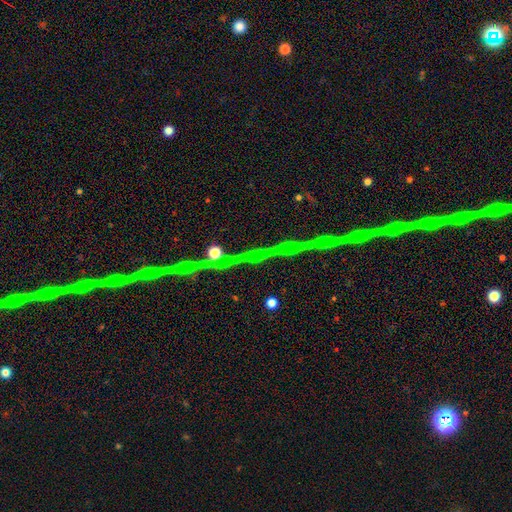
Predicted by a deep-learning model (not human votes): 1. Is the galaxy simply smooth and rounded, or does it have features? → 67% star or artifact, 20% featured or disk, 13% smooth.